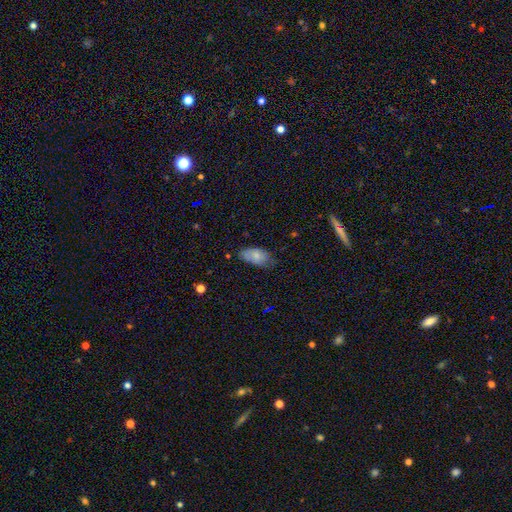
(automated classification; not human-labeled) A smooth galaxy with no disk features (77%) that is in between round and cigar-shaped (92%).

Vote fractions:
- Smooth or featured? smooth: 77% / featured or disk: 16% / star or artifact: 7%
- How rounded? in between: 92% / cigar-shaped: 4% / round: 4%
- Merging? none: 61% / minor disturbance: 31% / major disturbance: 6% / merger: 2%